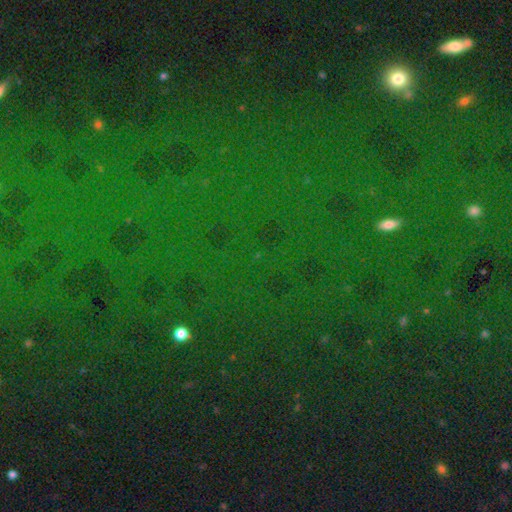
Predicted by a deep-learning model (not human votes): This is likely a star or artifact rather than a galaxy (77%).